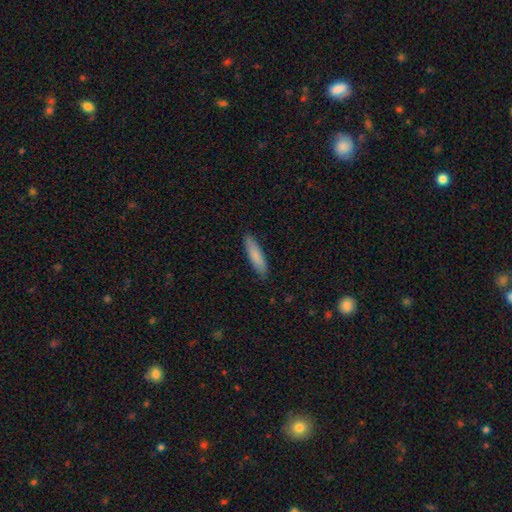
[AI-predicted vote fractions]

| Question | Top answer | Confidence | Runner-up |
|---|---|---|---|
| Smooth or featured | smooth | 82% | featured or disk (12%) |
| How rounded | cigar-shaped | 79% | in between (20%) |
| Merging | none | 88% | minor disturbance (9%) |